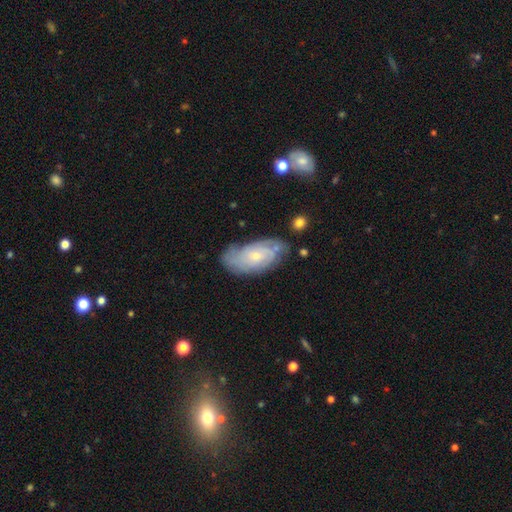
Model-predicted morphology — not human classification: smooth_or_featured: featured or disk (p=0.64) [alt: smooth p=0.29]
disk_edge_on: no (p=0.92) [alt: yes p=0.08]
bar: no (p=0.78) [alt: weak p=0.19]
has_spiral_arms: yes (p=0.81) [alt: no p=0.19]
bulge_size: small (p=0.70) [alt: moderate p=0.26]
merging: none (p=0.65) [alt: minor disturbance p=0.25]